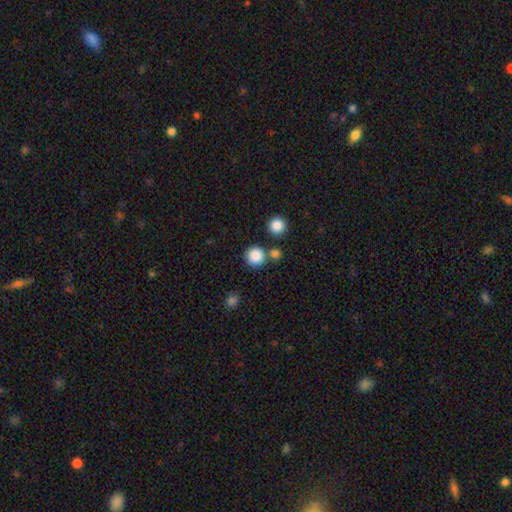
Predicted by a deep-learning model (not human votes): The model was most divided on "merging": none: 75%, merger: 15%, minor disturbance: 7%, major disturbance: 3%. More confident: how rounded — round (94%); smooth or featured — smooth (86%).